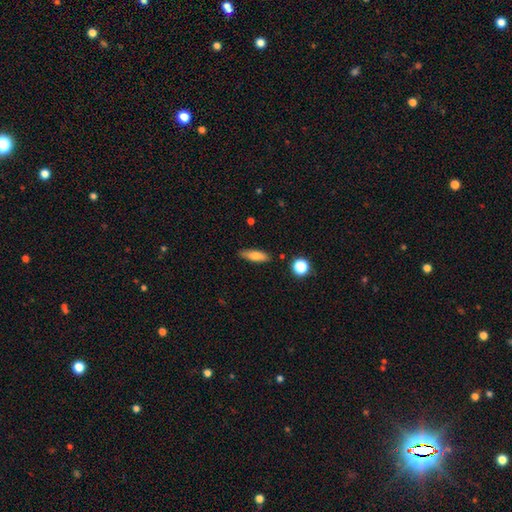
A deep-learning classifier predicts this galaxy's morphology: The model was most divided on "how rounded": in between: 49%, cigar-shaped: 48%, round: 3%. More confident: merging — none (86%); smooth or featured — smooth (75%).